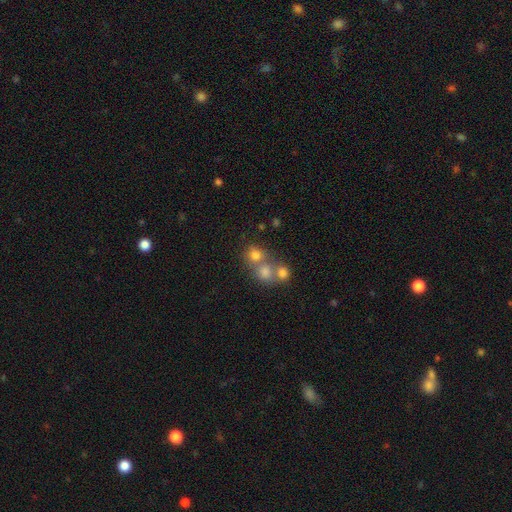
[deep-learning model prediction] Smooth or featured: smooth — 72% (star or artifact — 16%)
How rounded: round — 82% (in between — 17%)
Merging: merger — 46% (none — 44%)